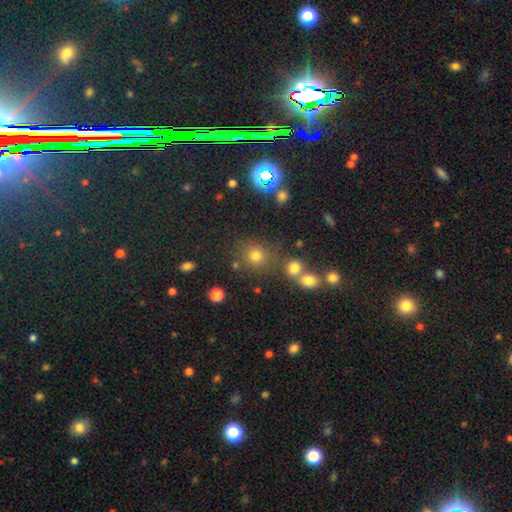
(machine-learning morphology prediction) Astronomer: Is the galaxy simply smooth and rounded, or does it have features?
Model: smooth — 67%.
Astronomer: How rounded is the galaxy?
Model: round — 88%.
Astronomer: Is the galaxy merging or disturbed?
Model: none — 74%.